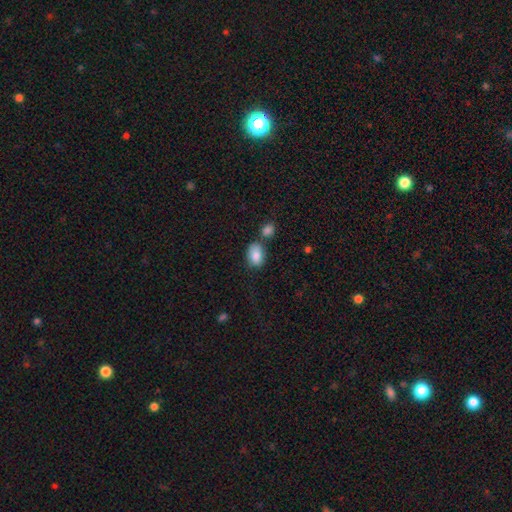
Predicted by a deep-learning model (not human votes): smooth_or_featured: smooth (p=0.85) [alt: star or artifact p=0.07]
how_rounded: in between (p=0.85) [alt: round p=0.14]
merging: none (p=0.58) [alt: merger p=0.19]